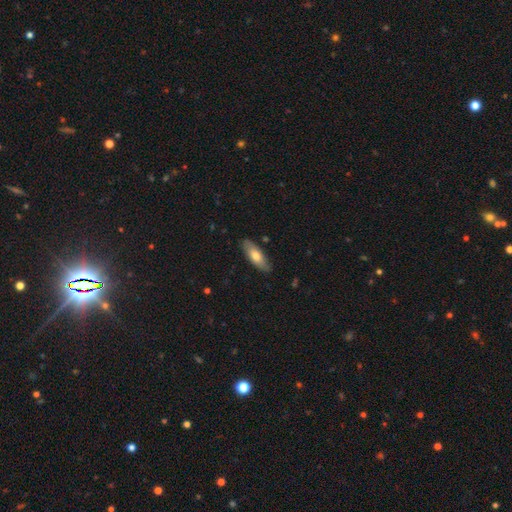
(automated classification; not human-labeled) Smooth or featured? smooth (69%)
How rounded? in between (70%)
Merging? none (84%)